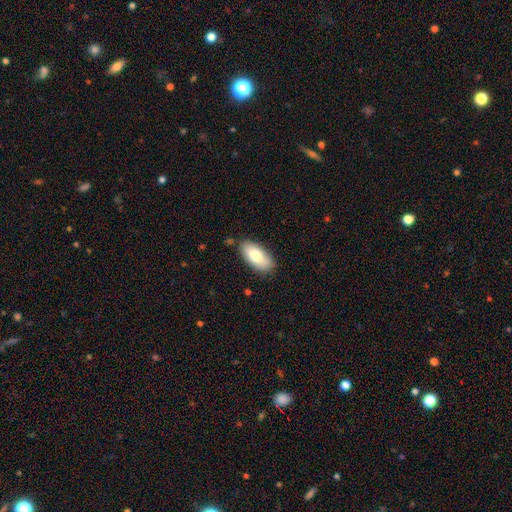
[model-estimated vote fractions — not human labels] smooth-or-featured: smooth: 78% | featured or disk: 15% | star or artifact: 6%
  how-rounded: in between: 92% | cigar-shaped: 6% | round: 2%
  merging: none: 84% | minor disturbance: 12% | major disturbance: 2% | merger: 2%